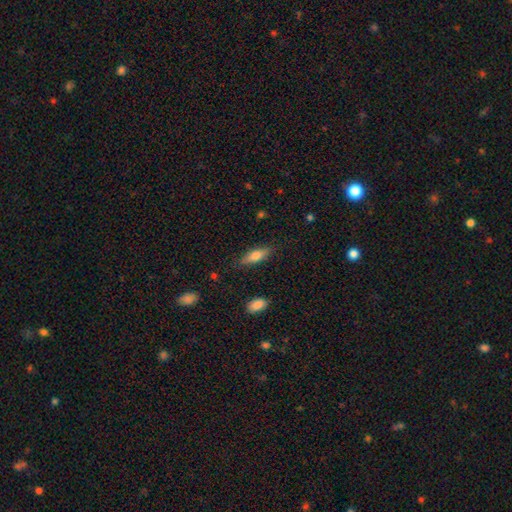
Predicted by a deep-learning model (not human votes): Smooth or featured?
  - smooth: 65% *
  - featured or disk: 28%
  - star or artifact: 7%
How rounded?
  - in between: 49% *
  - cigar-shaped: 48%
  - round: 2%
Merging?
  - none: 84% *
  - minor disturbance: 11%
  - major disturbance: 3%
  - merger: 2%